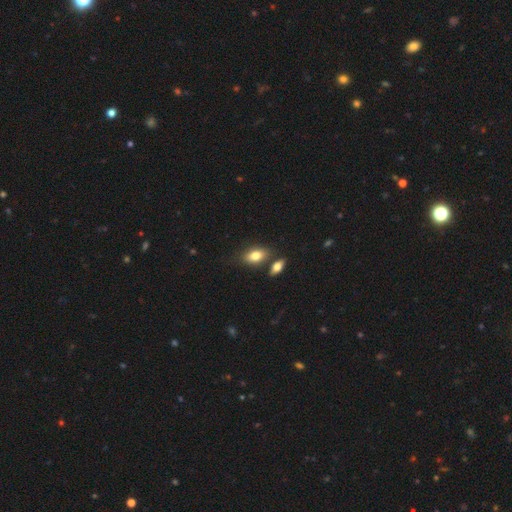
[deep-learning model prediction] A smooth galaxy with no disk features (80%) that is in between round and cigar-shaped (87%). Merging: none (67%).